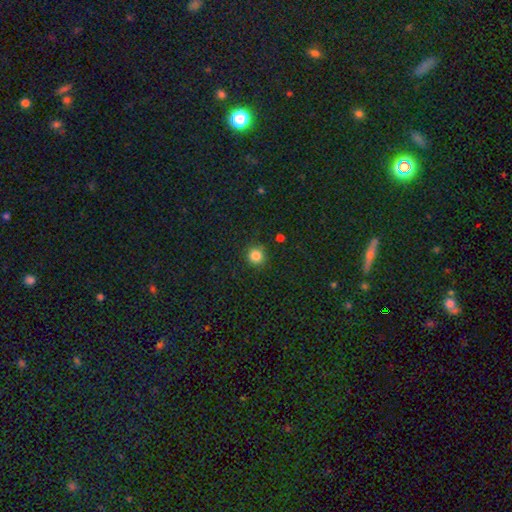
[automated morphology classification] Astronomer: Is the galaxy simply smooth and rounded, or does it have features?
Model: smooth — 84%.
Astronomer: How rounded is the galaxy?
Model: round — 92%.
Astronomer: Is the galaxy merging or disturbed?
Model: none — 89%.